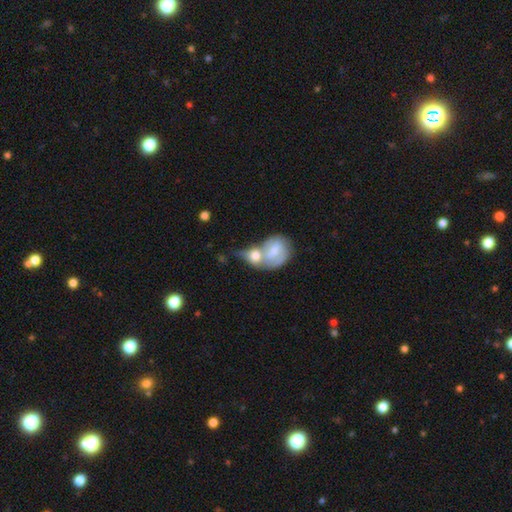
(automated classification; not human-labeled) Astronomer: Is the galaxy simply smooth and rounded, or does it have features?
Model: featured or disk — 49% (runner-up: smooth, 44%).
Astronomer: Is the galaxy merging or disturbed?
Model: merger — 68%.